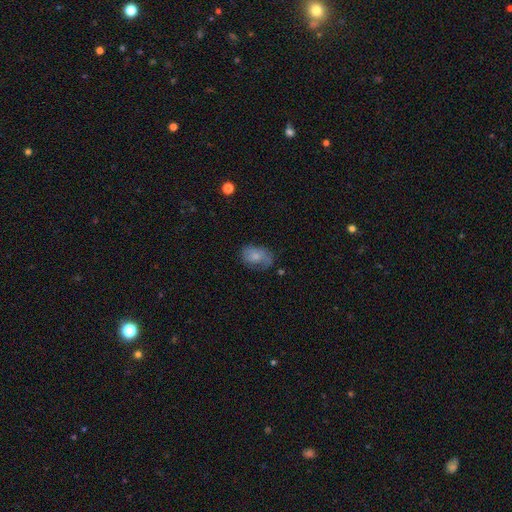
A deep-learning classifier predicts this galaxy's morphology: Smooth or featured?
  - smooth: 56% *
  - featured or disk: 35%
  - star or artifact: 8%
How rounded?
  - in between: 81% *
  - round: 17%
  - cigar-shaped: 1%
Merging?
  - none: 51% *
  - minor disturbance: 30%
  - major disturbance: 17%
  - merger: 2%